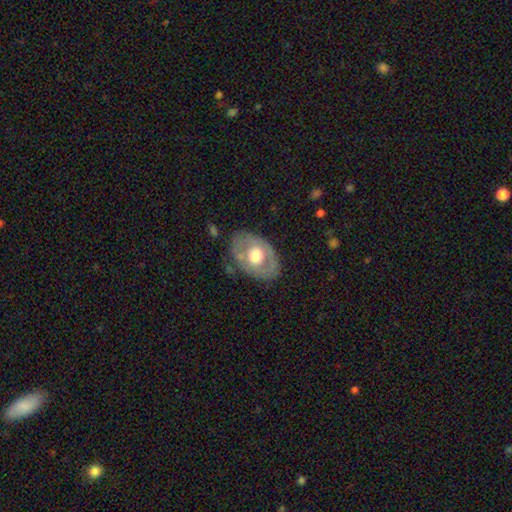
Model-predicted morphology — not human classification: A featured or disk galaxy (52%).

Vote fractions:
- Smooth or featured? featured or disk: 52% / smooth: 43% / star or artifact: 6%
- Edge-on disk? no: 91% / yes: 9%
- Merging? none: 74% / minor disturbance: 17% / major disturbance: 7% / merger: 2%